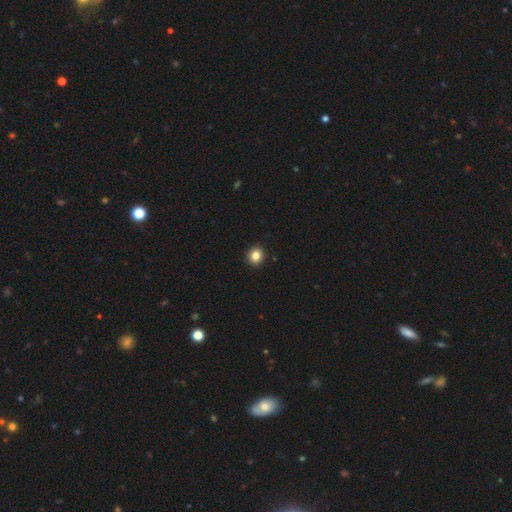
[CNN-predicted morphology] type=smooth (85%); roundness=round (81%); merging=none (92%).